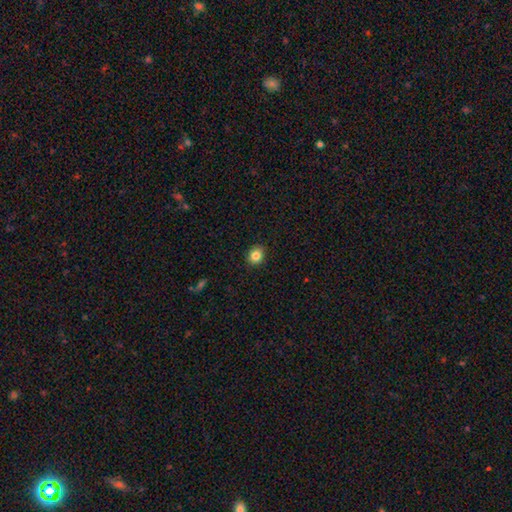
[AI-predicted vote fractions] Smooth or featured? Predicted: smooth (p=0.84). How rounded? Predicted: round (p=0.70). Merging? Predicted: none (p=0.89).